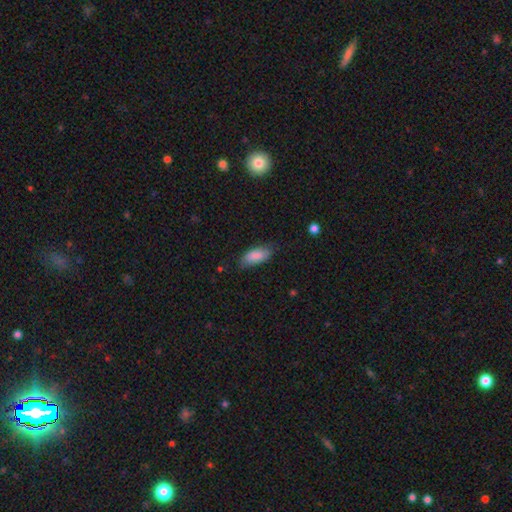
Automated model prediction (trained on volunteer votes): This appears to be a smooth galaxy with no disk features (86%) that is in between round and cigar-shaped (86%). Merging: none (72%).